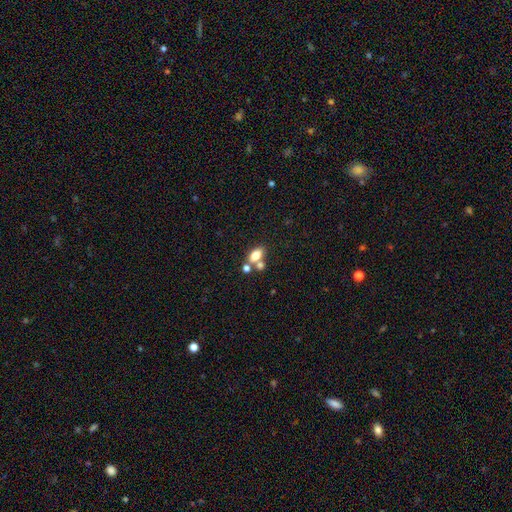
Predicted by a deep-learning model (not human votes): A smooth galaxy with no disk features (76%) that is in between round and cigar-shaped (84%). Merging: none (50%).